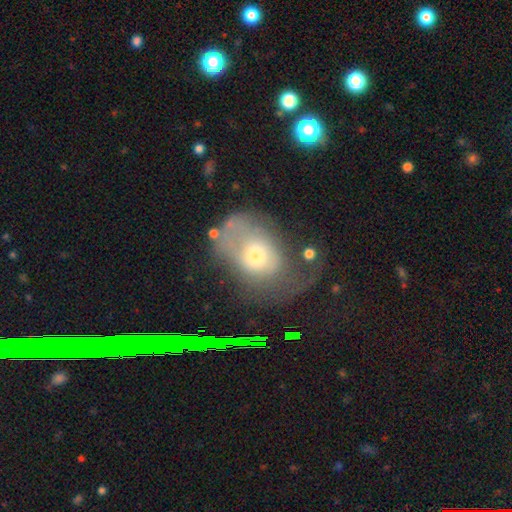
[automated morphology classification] This is possibly a featured or disk galaxy (45%, tied with smooth). Merging: possibly major disturbance (51%).